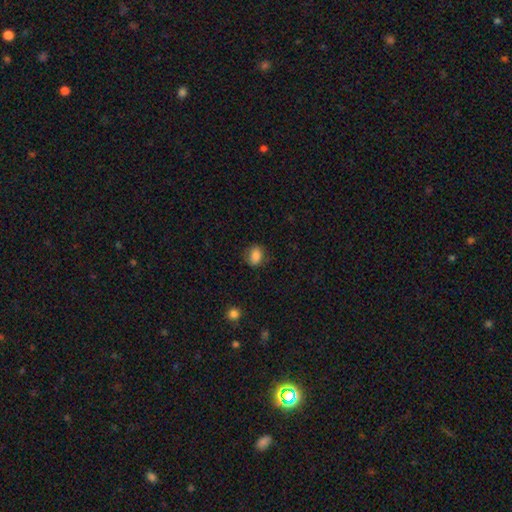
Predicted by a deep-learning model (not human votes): smooth-or-featured: smooth: 85% | star or artifact: 9% | featured or disk: 5%
  how-rounded: in between: 65% | round: 34% | cigar-shaped: 1%
  merging: none: 78% | minor disturbance: 16% | major disturbance: 4% | merger: 1%